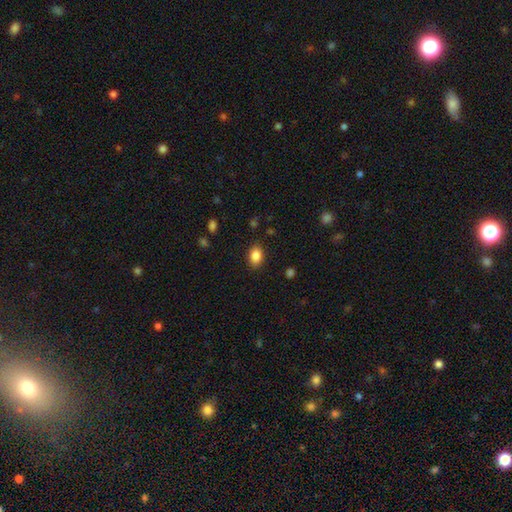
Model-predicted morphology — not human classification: The model was most divided on "how rounded": in between: 78%, round: 21%, cigar-shaped: 1%. More confident: smooth or featured — smooth (86%); merging — none (86%).